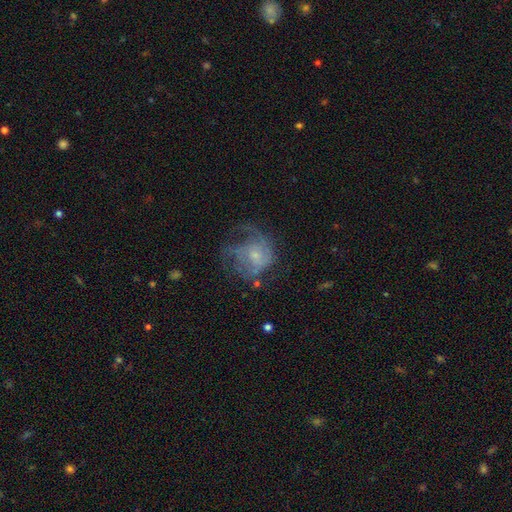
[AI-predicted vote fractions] A featured or disk galaxy (66%) with no bar (73%), spiral arms (76%) and a small central bulge (59%).

Vote fractions:
- Smooth or featured? featured or disk: 66% / smooth: 25% / star or artifact: 9%
- Edge-on disk? no: 98% / yes: 2%
- Bar? no: 73% / weak: 24% / strong: 3%
- Spiral arms? yes: 76% / no: 24%
- Bulge size? small: 59% / moderate: 29% / none: 8% / large: 3% / dominant: 1%
- Merging? none: 41% / major disturbance: 36% / minor disturbance: 21% / merger: 3%